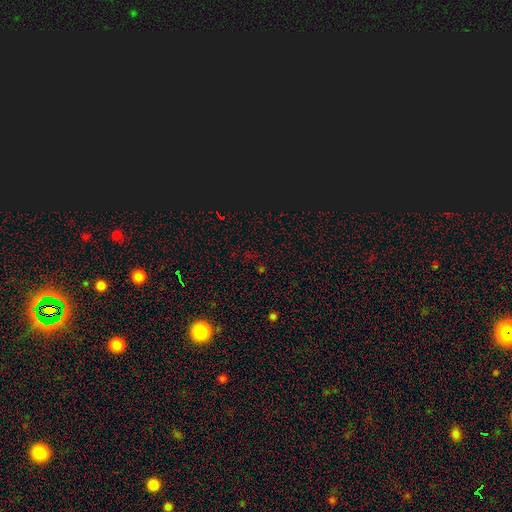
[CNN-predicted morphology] smooth-or-featured: star or artifact: 67% | smooth: 25% | featured or disk: 8%